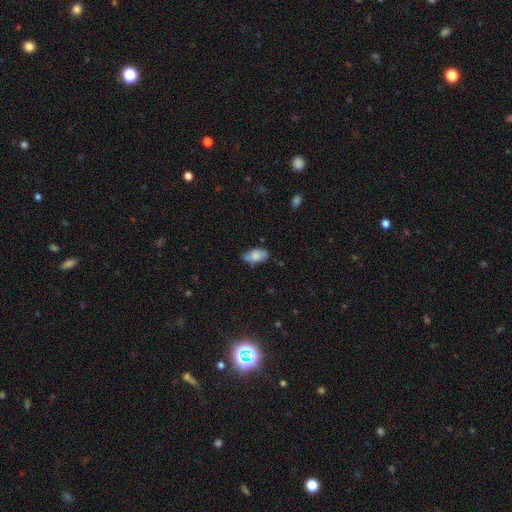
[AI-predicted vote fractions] Smooth or featured: smooth — 79% (featured or disk — 14%)
How rounded: in between — 92% (cigar-shaped — 4%)
Merging: none — 63% (minor disturbance — 29%)